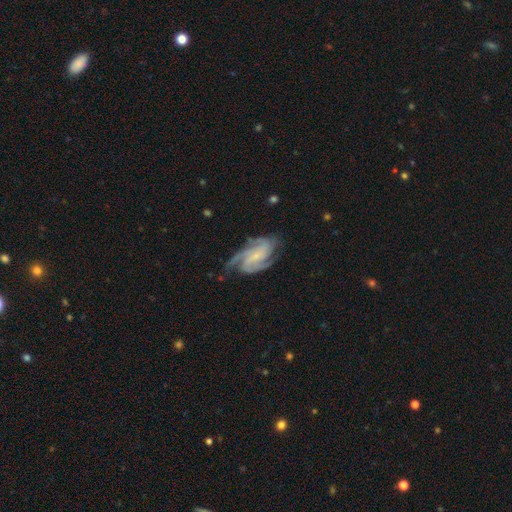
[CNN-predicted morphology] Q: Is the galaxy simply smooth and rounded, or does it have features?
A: featured or disk — 90%.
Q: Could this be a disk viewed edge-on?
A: no — 98%.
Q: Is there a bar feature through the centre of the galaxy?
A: no — 47%.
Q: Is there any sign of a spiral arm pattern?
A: yes — 98%.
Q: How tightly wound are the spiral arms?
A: medium — 46%.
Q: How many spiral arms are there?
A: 3 — 48%.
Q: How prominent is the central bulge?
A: small — 68%.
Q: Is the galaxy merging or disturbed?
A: none — 69%.